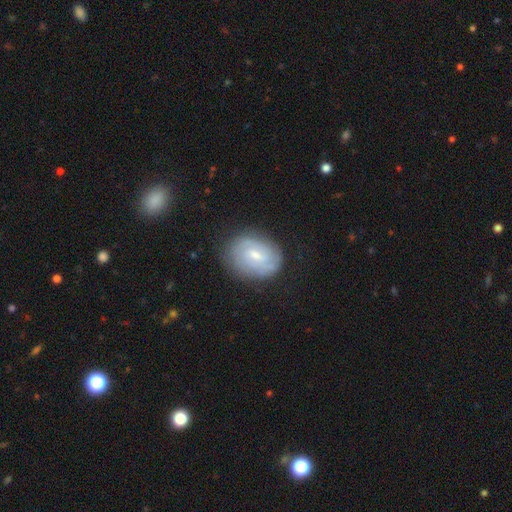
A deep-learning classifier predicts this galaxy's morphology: Smooth or featured?
  - featured or disk: 62% *
  - smooth: 31%
  - star or artifact: 7%
Edge-on disk?
  - no: 96% *
  - yes: 4%
Bar?
  - weak: 60% *
  - no: 27%
  - strong: 13%
Spiral arms?
  - yes: 83% *
  - no: 17%
Bulge size?
  - small: 57% *
  - moderate: 36%
  - none: 4%
  - large: 2%
  - dominant: 1%
Merging?
  - none: 78% *
  - minor disturbance: 16%
  - major disturbance: 5%
  - merger: 1%